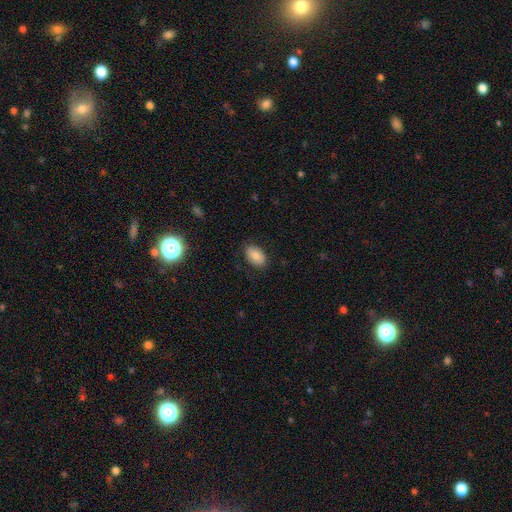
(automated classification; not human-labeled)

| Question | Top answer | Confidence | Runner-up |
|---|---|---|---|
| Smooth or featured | smooth | 83% | featured or disk (9%) |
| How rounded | in between | 92% | round (7%) |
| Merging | none | 85% | minor disturbance (11%) |